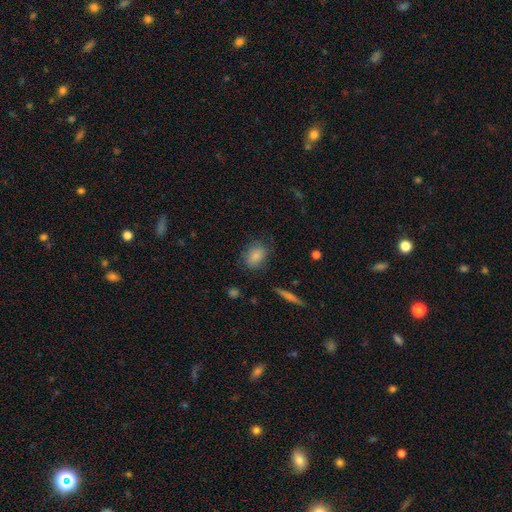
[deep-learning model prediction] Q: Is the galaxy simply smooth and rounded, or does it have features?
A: smooth — 84%.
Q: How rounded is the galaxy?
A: in between — 72%.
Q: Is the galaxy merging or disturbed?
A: none — 76%.